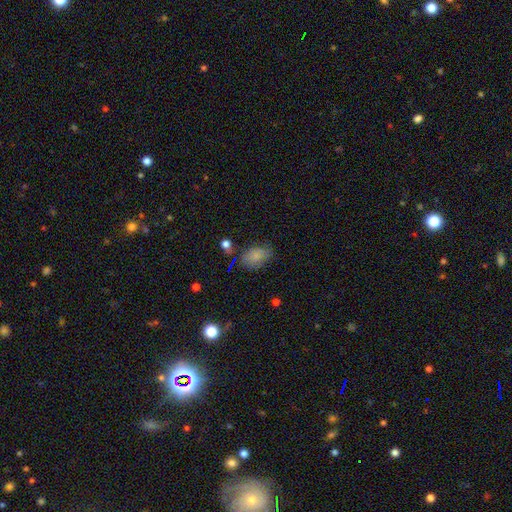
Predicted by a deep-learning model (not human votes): smooth_or_featured: smooth (p=0.77) [alt: featured or disk p=0.14]
how_rounded: in between (p=0.85) [alt: round p=0.14]
merging: none (p=0.61) [alt: minor disturbance p=0.26]